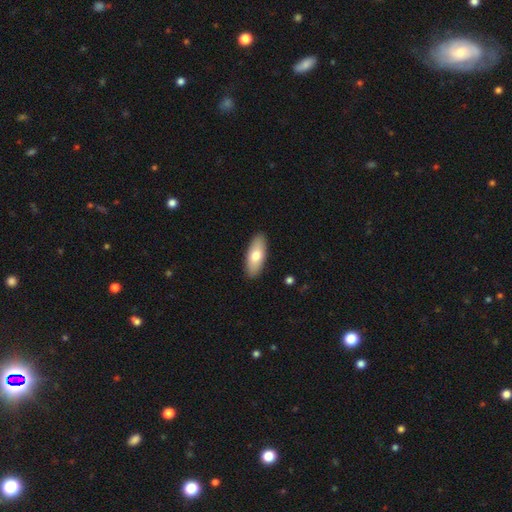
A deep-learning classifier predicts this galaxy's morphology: Smooth or featured? smooth (73%)
How rounded? in between (81%)
Merging? none (90%)